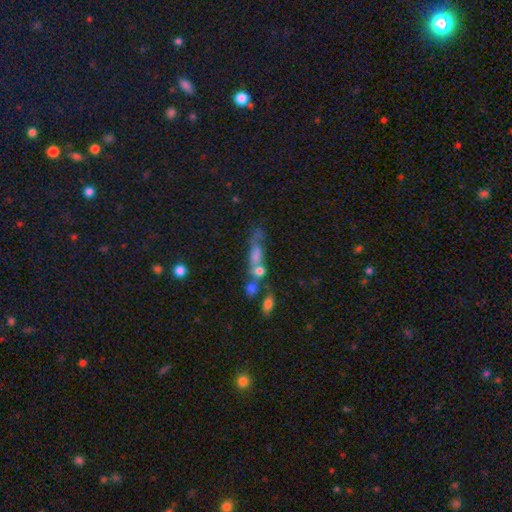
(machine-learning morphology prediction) Smooth or featured: smooth — 44% (featured or disk — 36%)
Merging: merger — 36% (none — 32%)